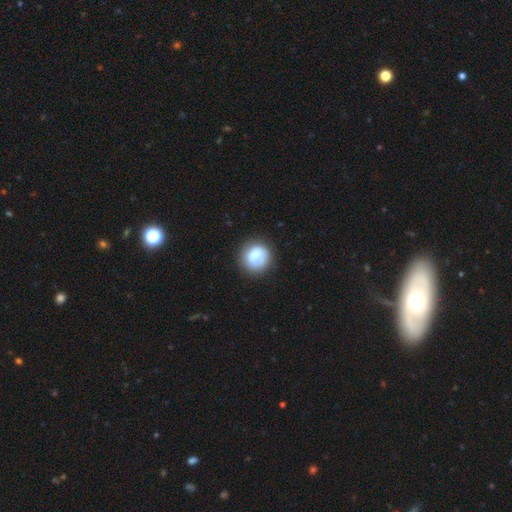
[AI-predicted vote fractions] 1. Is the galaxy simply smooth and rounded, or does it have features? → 75% smooth, 17% featured or disk, 8% star or artifact.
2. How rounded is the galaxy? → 87% round, 12% in between, 1% cigar-shaped.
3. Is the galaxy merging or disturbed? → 71% none, 18% minor disturbance, 7% major disturbance, 3% merger.